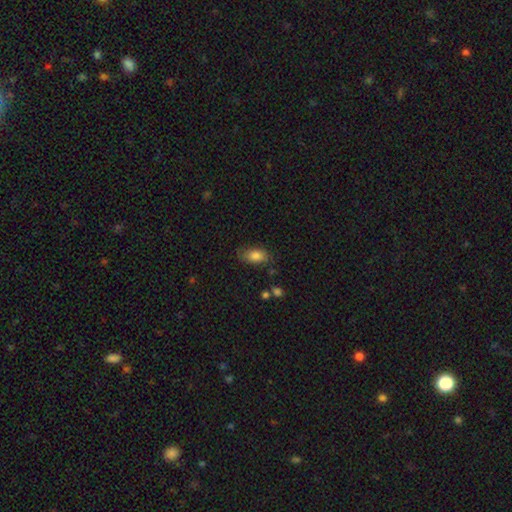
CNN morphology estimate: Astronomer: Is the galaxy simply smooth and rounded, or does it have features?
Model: smooth — 82%.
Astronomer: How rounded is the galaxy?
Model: in between — 90%.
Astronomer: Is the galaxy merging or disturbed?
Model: none — 76%.